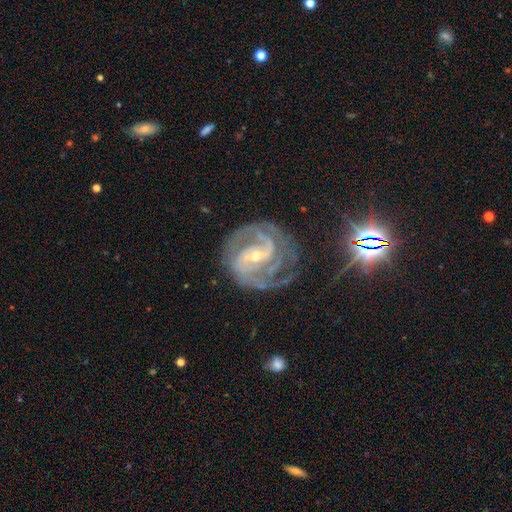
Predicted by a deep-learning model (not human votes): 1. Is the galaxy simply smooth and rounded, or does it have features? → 90% featured or disk, 6% star or artifact, 3% smooth.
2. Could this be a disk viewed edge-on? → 98% no, 2% yes.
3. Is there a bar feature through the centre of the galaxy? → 42% weak, 35% strong, 23% no.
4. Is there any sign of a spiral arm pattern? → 98% yes, 2% no.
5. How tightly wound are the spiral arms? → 48% tight, 44% medium, 8% loose.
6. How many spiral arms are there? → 49% 2, 23% 3, 11% can't tell, 7% 4, 5% 1, 5% more than 4.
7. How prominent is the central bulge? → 69% small, 28% moderate, 1% none, 1% large, 1% dominant.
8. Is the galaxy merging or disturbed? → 69% none, 19% minor disturbance, 10% major disturbance, 2% merger.